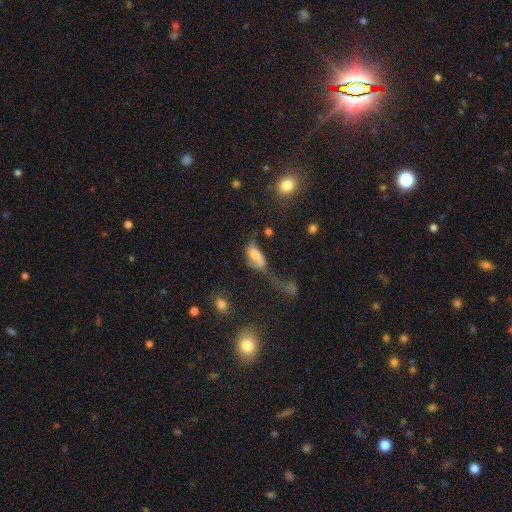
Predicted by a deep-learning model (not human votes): A smooth galaxy with no disk features (51%) that is in between round and cigar-shaped (87%). Merging: major disturbance (37%).